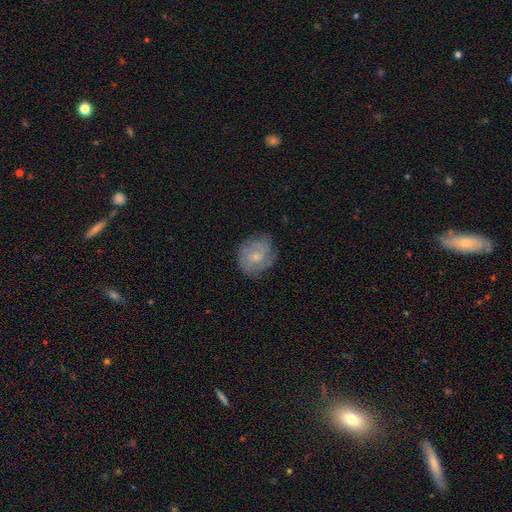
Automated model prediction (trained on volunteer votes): smooth-or-featured: featured or disk: 50% | smooth: 41% | star or artifact: 8%
  disk-edge-on: no: 97% | yes: 3%
  merging: none: 71% | minor disturbance: 21% | major disturbance: 7% | merger: 1%